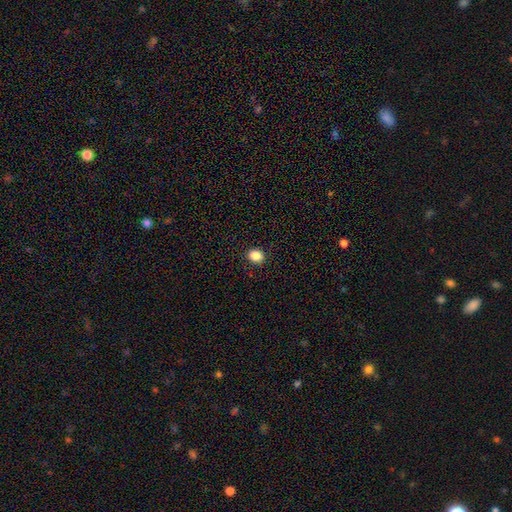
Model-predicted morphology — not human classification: Smooth or featured: smooth — 86% (star or artifact — 10%)
How rounded: round — 59% (in between — 41%)
Merging: none — 91% (minor disturbance — 6%)